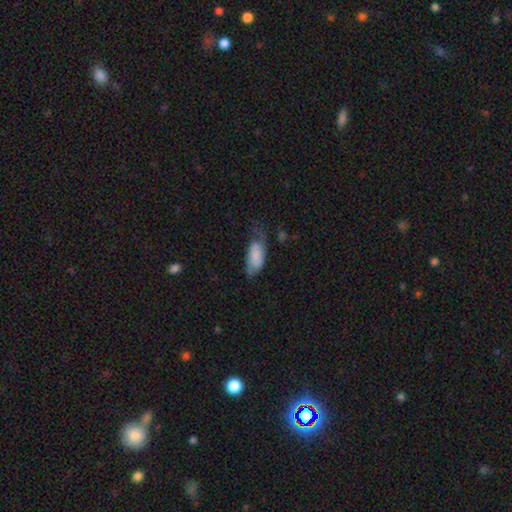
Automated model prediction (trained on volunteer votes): Q: Smooth or featured?
A: smooth (64%); runner-up: featured or disk (29%)
Q: How rounded?
A: in between (91%); runner-up: cigar-shaped (7%)
Q: Merging?
A: minor disturbance (34%); tied with: none (34%)